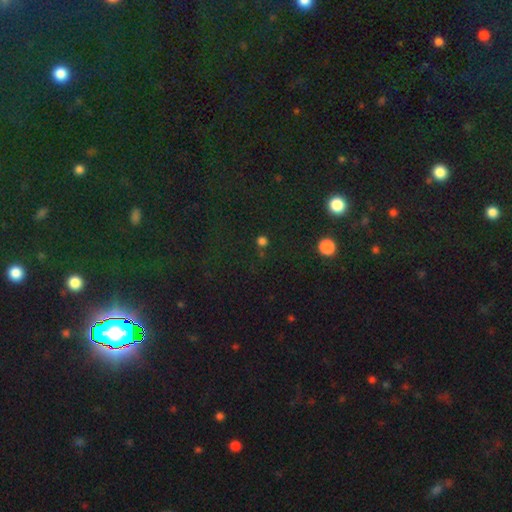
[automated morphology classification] star or artifact 77%, smooth 15%, featured or disk 7%.